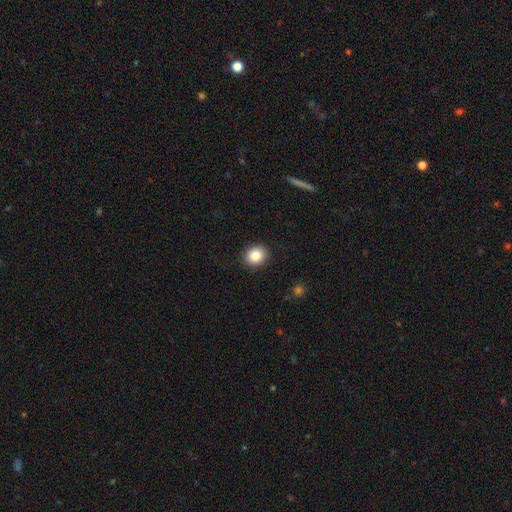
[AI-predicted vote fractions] Morphology: type=smooth (84%); roundness=round (74%); merging=none (91%).